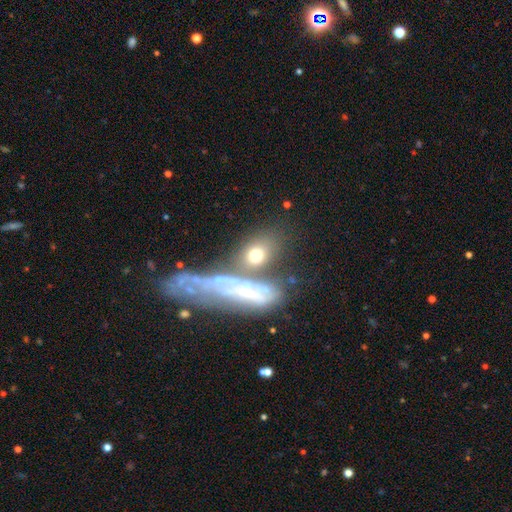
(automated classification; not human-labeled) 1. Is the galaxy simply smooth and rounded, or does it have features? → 62% smooth, 27% featured or disk, 11% star or artifact.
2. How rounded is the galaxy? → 58% in between, 34% round, 7% cigar-shaped.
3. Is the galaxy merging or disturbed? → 53% none, 22% merger, 15% minor disturbance, 10% major disturbance.